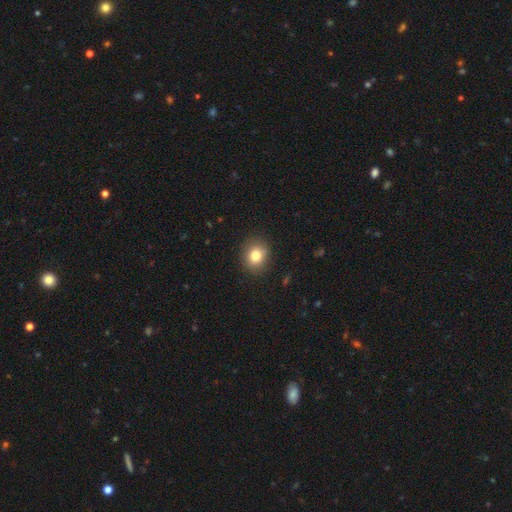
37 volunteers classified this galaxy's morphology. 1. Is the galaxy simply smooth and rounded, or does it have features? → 78% smooth, 14% featured or disk, 8% star or artifact.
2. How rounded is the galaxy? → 59% round, 41% in between, 0% cigar-shaped.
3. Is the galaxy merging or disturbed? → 82% none, 18% minor disturbance, 0% major disturbance, 0% merger.